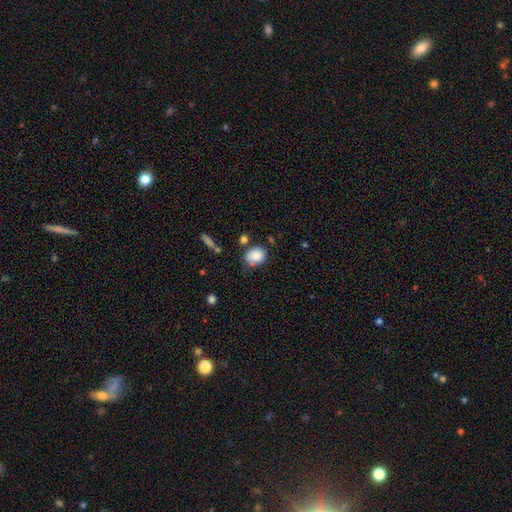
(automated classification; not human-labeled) Smooth or featured: smooth — 84% (star or artifact — 9%)
How rounded: round — 53% (in between — 46%)
Merging: none — 58% (minor disturbance — 26%)